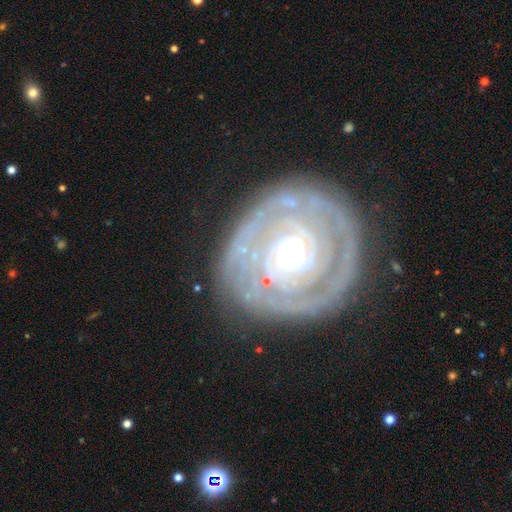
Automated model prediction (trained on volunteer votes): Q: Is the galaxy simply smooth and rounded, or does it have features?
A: featured or disk — 76%.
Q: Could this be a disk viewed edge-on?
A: no — 96%.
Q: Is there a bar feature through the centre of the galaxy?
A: no — 80%.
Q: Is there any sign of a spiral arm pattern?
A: yes — 68%.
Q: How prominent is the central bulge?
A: small — 57%.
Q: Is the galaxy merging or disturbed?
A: none — 76%.